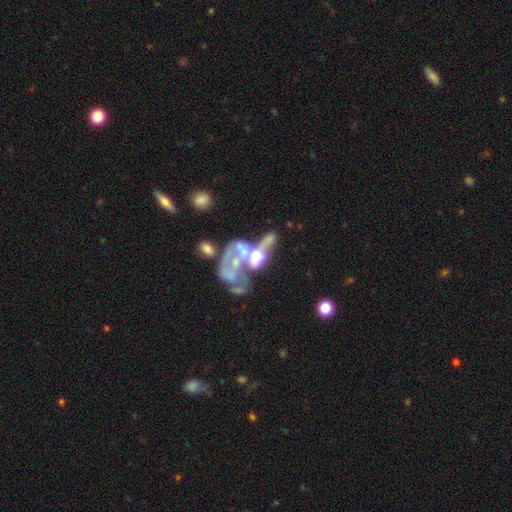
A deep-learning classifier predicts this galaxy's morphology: Overall: featured or disk (67%). Edge-on disk: no (94%). Bar: no (86%). Spiral arms: no (82%). Bulge size: moderate (37%; none 28%). Merging: merger (58%; major disturbance 26%).